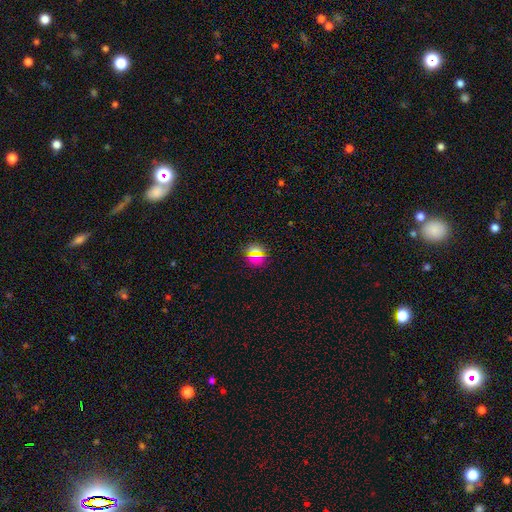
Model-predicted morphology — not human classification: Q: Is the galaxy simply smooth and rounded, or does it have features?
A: smooth — 53%.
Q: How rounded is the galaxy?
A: round — 88%.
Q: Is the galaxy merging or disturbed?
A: none — 85%.